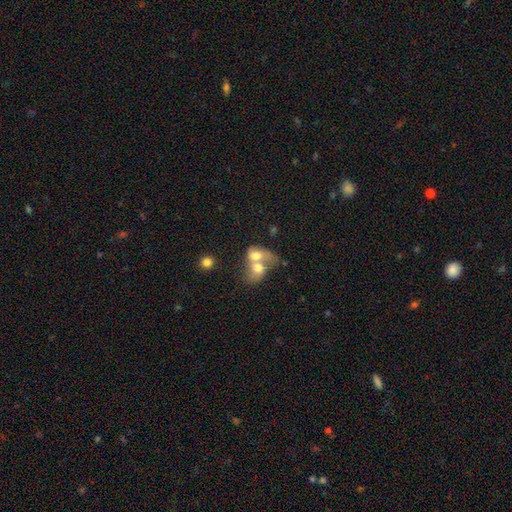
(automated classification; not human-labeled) smooth 64%, featured or disk 27%, star or artifact 8%. Down the decision tree: how rounded — in between (60%); merging — merger (82%).